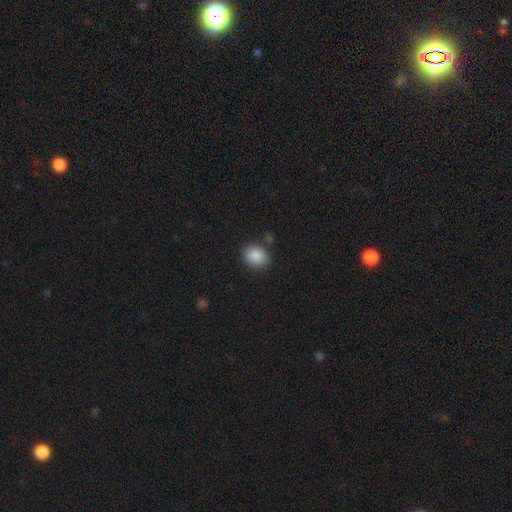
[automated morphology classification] Q: Smooth or featured?
A: smooth (88%); runner-up: star or artifact (8%)
Q: How rounded?
A: round (57%); runner-up: in between (43%)
Q: Merging?
A: none (81%); runner-up: minor disturbance (12%)